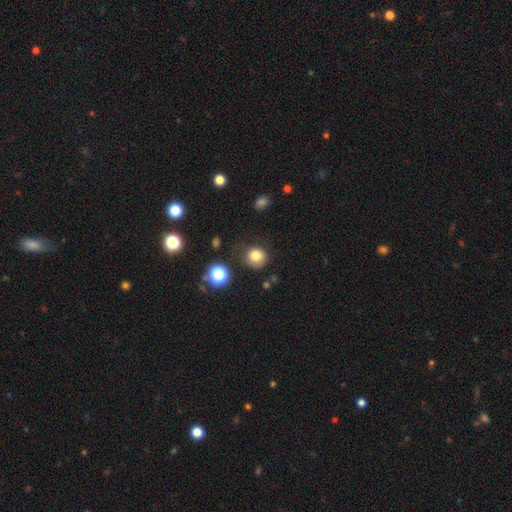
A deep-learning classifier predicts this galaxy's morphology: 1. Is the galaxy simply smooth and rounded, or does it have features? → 79% smooth, 13% star or artifact, 8% featured or disk.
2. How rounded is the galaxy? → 84% round, 15% in between, 1% cigar-shaped.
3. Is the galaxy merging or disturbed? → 71% none, 19% minor disturbance, 8% major disturbance, 3% merger.